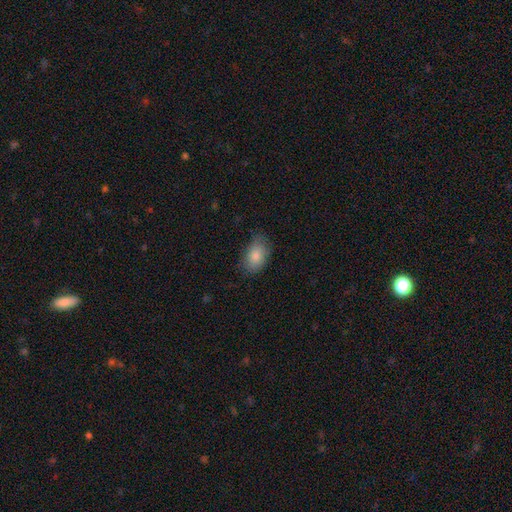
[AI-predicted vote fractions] Smooth or featured? smooth (85%)
How rounded? in between (89%)
Merging? none (71%)